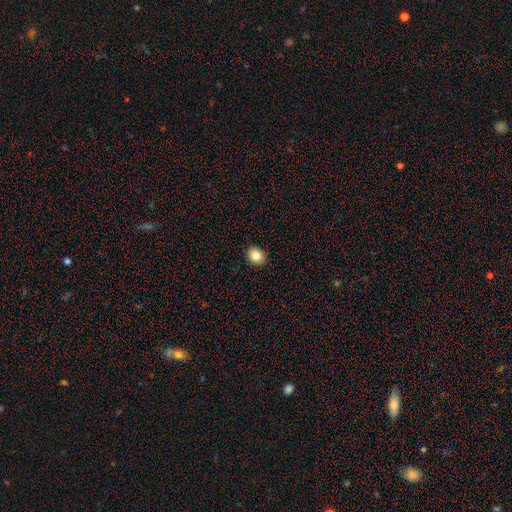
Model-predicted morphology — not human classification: type=smooth (83%); roundness=round (61%); merging=none (91%).